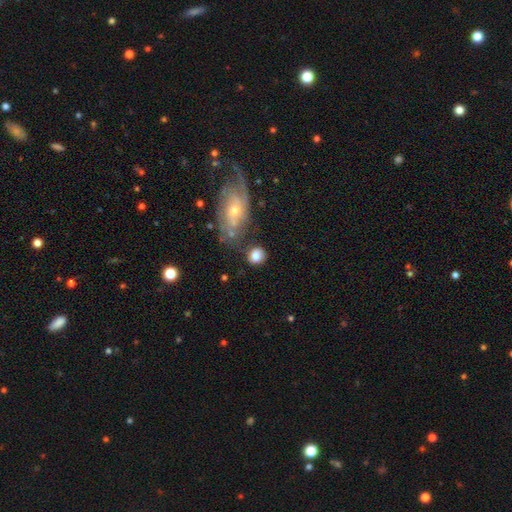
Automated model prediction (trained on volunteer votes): Smooth or featured?
  - smooth: 79% *
  - featured or disk: 13%
  - star or artifact: 9%
How rounded?
  - round: 75% *
  - in between: 23%
  - cigar-shaped: 2%
Merging?
  - none: 66% *
  - minor disturbance: 17%
  - merger: 11%
  - major disturbance: 7%